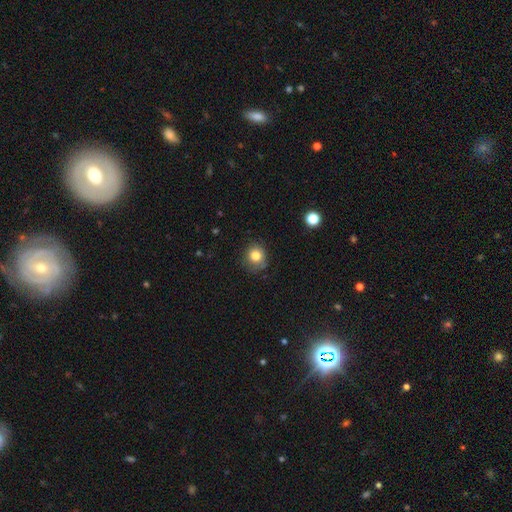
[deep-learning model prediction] smooth 81%, star or artifact 11%, featured or disk 8%. Down the decision tree: how rounded — round (82%); merging — none (77%).